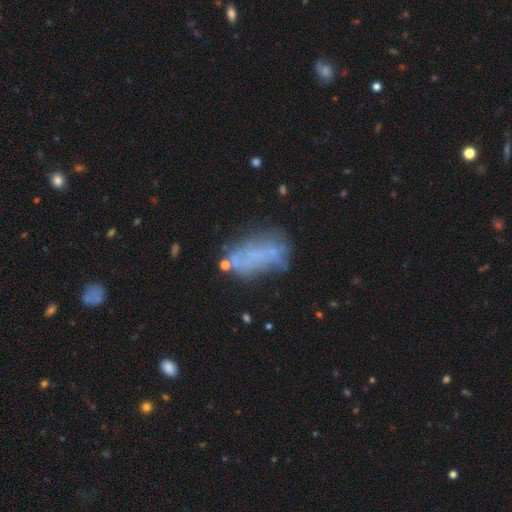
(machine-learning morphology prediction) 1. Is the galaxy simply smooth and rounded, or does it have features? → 42% featured or disk (tied), 42% smooth (tied), 16% star or artifact.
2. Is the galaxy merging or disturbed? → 42% none, 24% minor disturbance, 22% major disturbance, 11% merger.